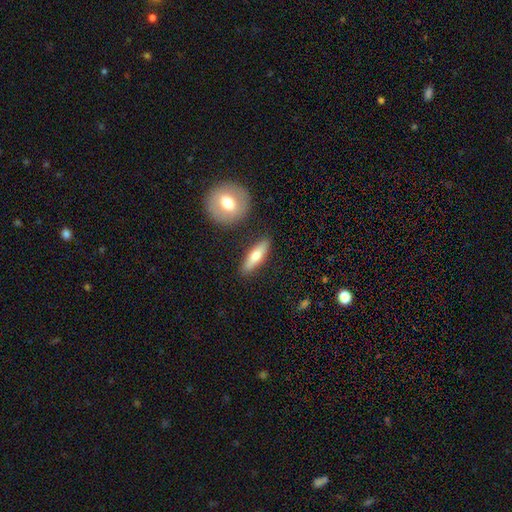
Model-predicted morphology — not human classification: A smooth galaxy with no disk features (63%) that is cigar-shaped (59%).

Vote fractions:
- Smooth or featured? smooth: 63% / featured or disk: 32% / star or artifact: 5%
- How rounded? cigar-shaped: 59% / in between: 37% / round: 3%
- Merging? none: 84% / minor disturbance: 9% / merger: 5% / major disturbance: 2%